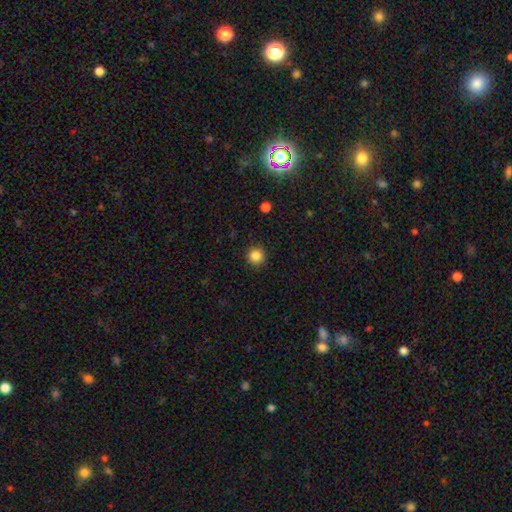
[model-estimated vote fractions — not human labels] A smooth galaxy with no disk features (85%) that is round (95%). Merging: none (92%).